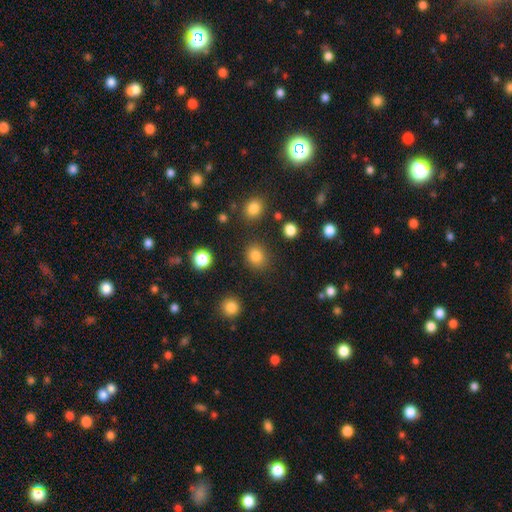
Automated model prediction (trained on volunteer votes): smooth_or_featured: smooth (p=0.82) [alt: star or artifact p=0.13]
how_rounded: round (p=0.76) [alt: in between p=0.23]
merging: none (p=0.86) [alt: minor disturbance p=0.08]